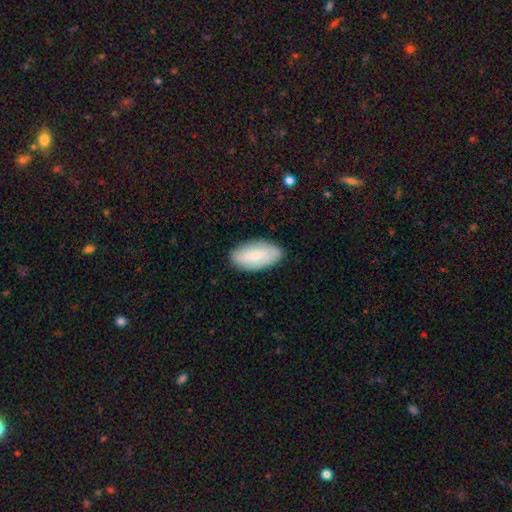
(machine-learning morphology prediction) The model was most divided on "smooth or featured": smooth: 68%, featured or disk: 26%, star or artifact: 6%. More confident: how rounded — in between (93%); merging — none (85%).